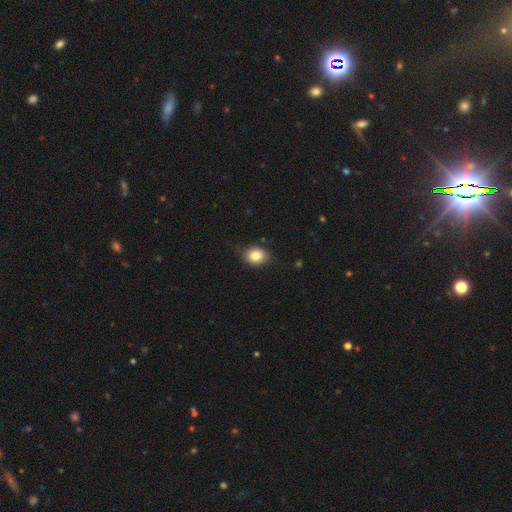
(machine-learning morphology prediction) smooth 83%, star or artifact 9%, featured or disk 8%. Down the decision tree: how rounded — in between (50%); merging — none (80%).